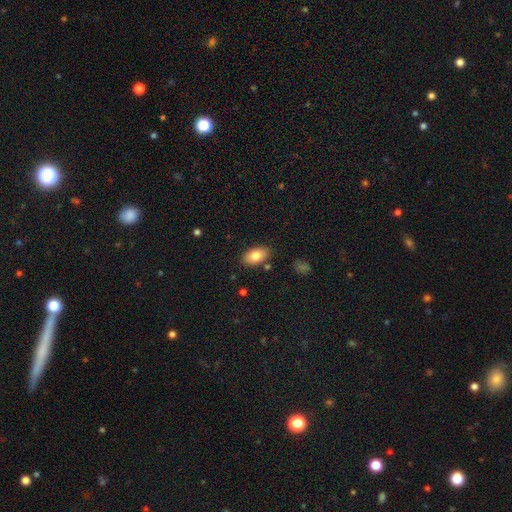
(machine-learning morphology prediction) Q: Smooth or featured?
A: smooth (79%); runner-up: featured or disk (13%)
Q: How rounded?
A: in between (93%); runner-up: round (5%)
Q: Merging?
A: none (85%); runner-up: minor disturbance (10%)